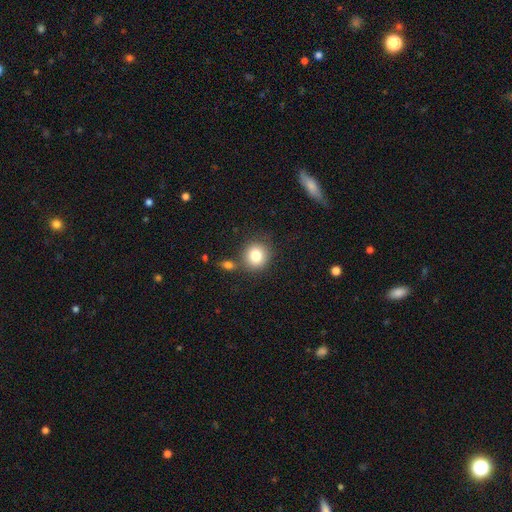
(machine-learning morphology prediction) Smooth or featured? Predicted: smooth (p=0.81). How rounded? Predicted: round (p=0.87). Merging? Predicted: none (p=0.77).